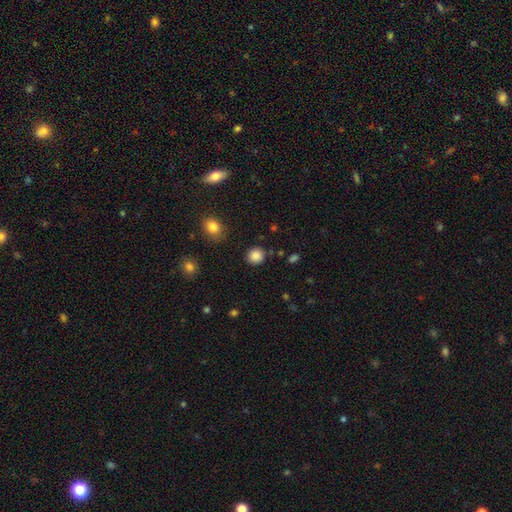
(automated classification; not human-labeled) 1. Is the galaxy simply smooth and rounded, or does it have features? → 86% smooth, 10% star or artifact, 4% featured or disk.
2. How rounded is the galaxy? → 91% round, 8% in between, 1% cigar-shaped.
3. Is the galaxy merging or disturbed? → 88% none, 7% minor disturbance, 3% major disturbance, 2% merger.